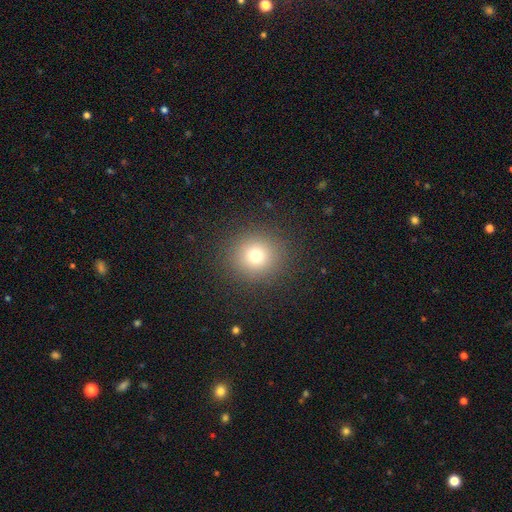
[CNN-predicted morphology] smooth-or-featured: smooth: 75% | star or artifact: 15% | featured or disk: 9%
  how-rounded: round: 90% | in between: 9% | cigar-shaped: 1%
  merging: none: 89% | minor disturbance: 6% | major disturbance: 3% | merger: 1%